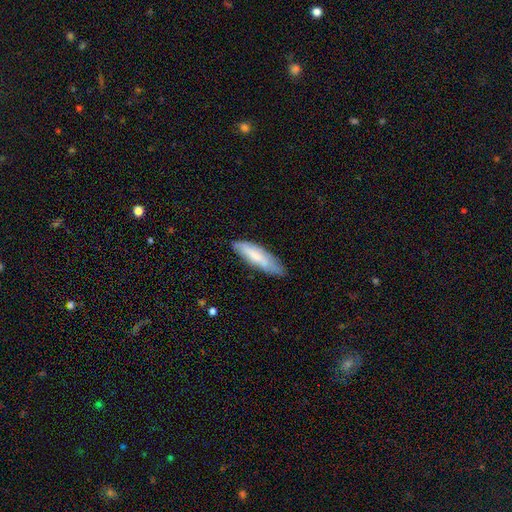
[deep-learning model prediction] Smooth or featured?
  - smooth: 68% *
  - featured or disk: 26%
  - star or artifact: 6%
How rounded?
  - cigar-shaped: 58% *
  - in between: 40%
  - round: 1%
Merging?
  - none: 65% *
  - minor disturbance: 27%
  - major disturbance: 6%
  - merger: 2%